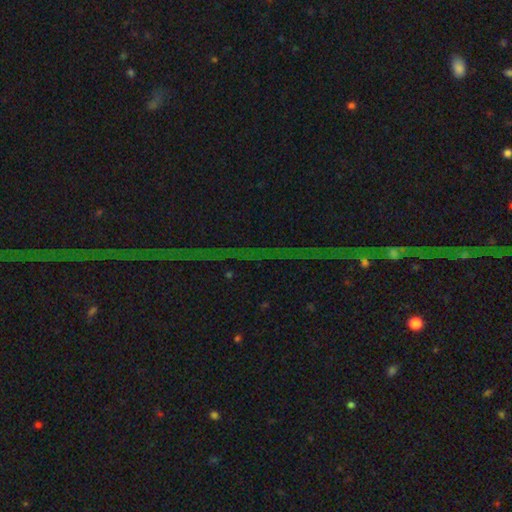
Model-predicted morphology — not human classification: Smooth or featured?
  - star or artifact: 78% *
  - featured or disk: 14%
  - smooth: 8%